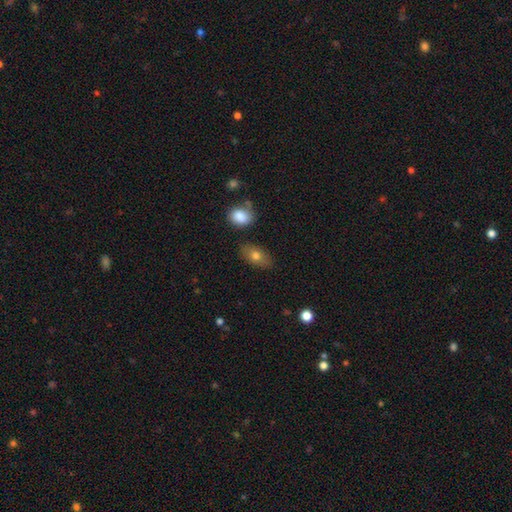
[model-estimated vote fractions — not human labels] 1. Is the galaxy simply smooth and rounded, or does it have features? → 75% smooth, 17% featured or disk, 8% star or artifact.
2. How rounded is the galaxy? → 87% in between, 9% round, 4% cigar-shaped.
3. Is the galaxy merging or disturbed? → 81% none, 12% minor disturbance, 4% merger, 3% major disturbance.